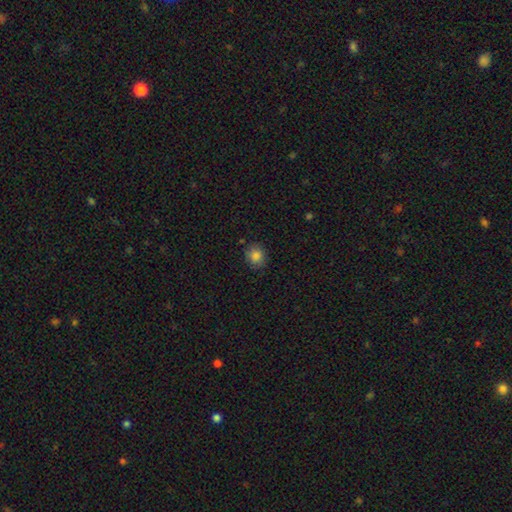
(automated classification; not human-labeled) Smooth or featured?
  - smooth: 84% *
  - star or artifact: 10%
  - featured or disk: 6%
How rounded?
  - round: 74% *
  - in between: 25%
  - cigar-shaped: 1%
Merging?
  - none: 83% *
  - minor disturbance: 13%
  - major disturbance: 3%
  - merger: 1%